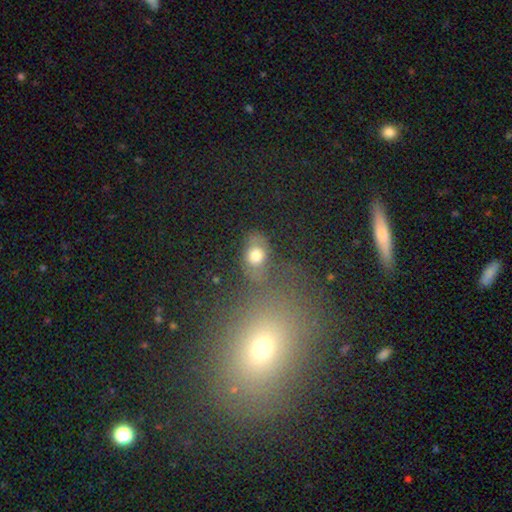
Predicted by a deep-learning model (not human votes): Smooth or featured? Predicted: smooth (p=0.68). How rounded? Predicted: in between (p=0.59). Merging? Predicted: none (p=0.60).